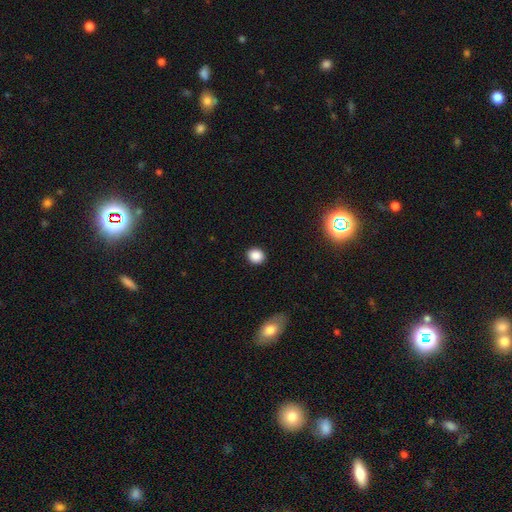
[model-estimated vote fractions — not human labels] The model was most divided on "how rounded": round: 69%, in between: 30%, cigar-shaped: 1%. More confident: merging — none (90%); smooth or featured — smooth (87%).